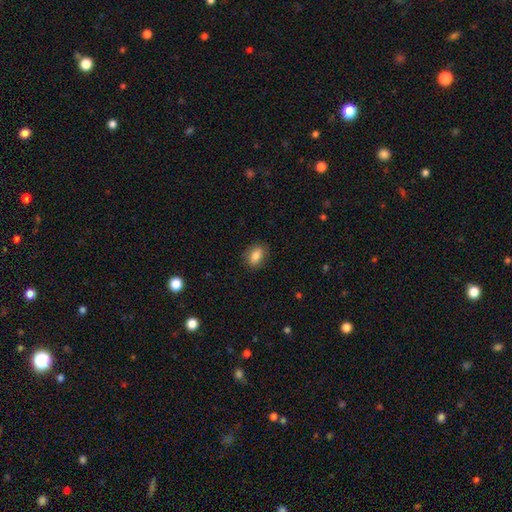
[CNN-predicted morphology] smooth-or-featured: smooth: 85% | star or artifact: 8% | featured or disk: 7%
  how-rounded: in between: 82% | round: 16% | cigar-shaped: 2%
  merging: none: 85% | minor disturbance: 11% | major disturbance: 3% | merger: 1%